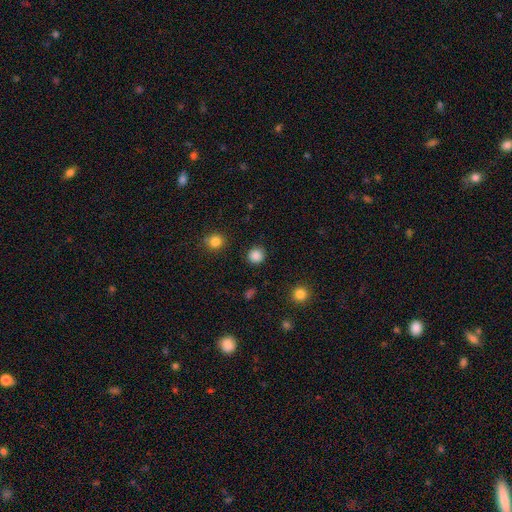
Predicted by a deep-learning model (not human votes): This is clearly a smooth galaxy (86%). How rounded: clearly round (93%). Merging: clearly none (90%).